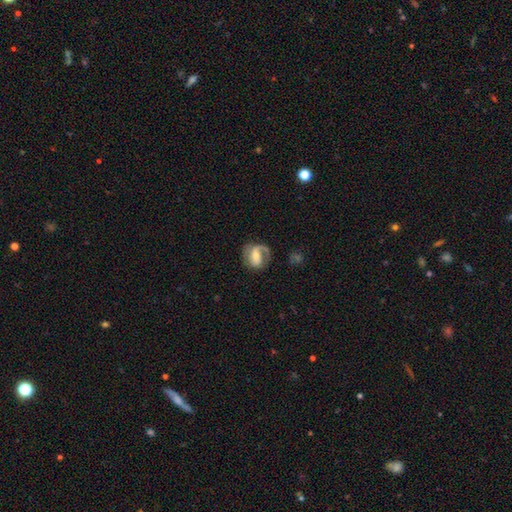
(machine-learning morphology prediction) Q: Smooth or featured?
A: featured or disk (72%); runner-up: smooth (22%)
Q: Edge-on disk?
A: no (97%); runner-up: yes (3%)
Q: Bar?
A: weak (41%); runner-up: strong (32%)
Q: Spiral arms?
A: yes (87%); runner-up: no (13%)
Q: Spiral winding?
A: medium (45%); runner-up: loose (28%)
Q: Spiral arm count?
A: 2 (51%); runner-up: 1 (40%)
Q: Bulge size?
A: moderate (54%); runner-up: small (36%)
Q: Merging?
A: none (62%); runner-up: minor disturbance (20%)